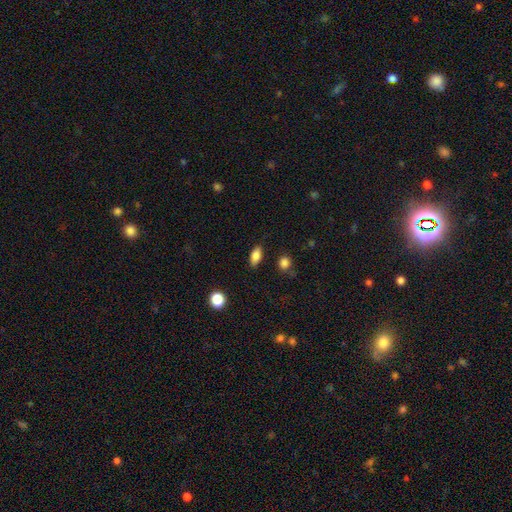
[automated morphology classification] A smooth galaxy with no disk features (83%) that is in between round and cigar-shaped (86%).

Vote fractions:
- Smooth or featured? smooth: 83% / star or artifact: 9% / featured or disk: 8%
- How rounded? in between: 86% / cigar-shaped: 8% / round: 6%
- Merging? none: 85% / minor disturbance: 11% / major disturbance: 3% / merger: 2%